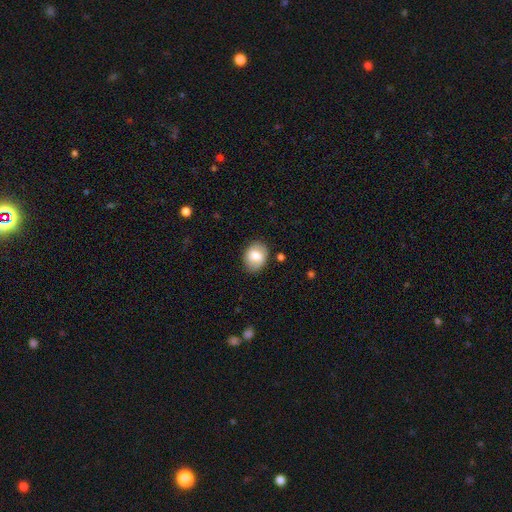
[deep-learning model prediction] Q: Smooth or featured?
A: smooth (74%); runner-up: featured or disk (18%)
Q: How rounded?
A: in between (56%); runner-up: round (43%)
Q: Merging?
A: none (79%); runner-up: minor disturbance (15%)